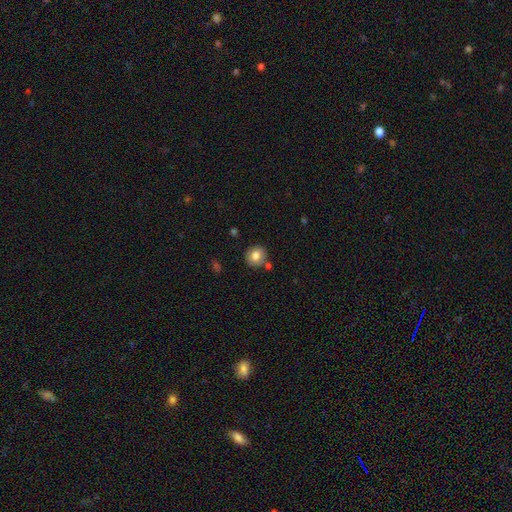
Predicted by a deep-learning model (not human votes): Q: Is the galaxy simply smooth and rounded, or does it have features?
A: smooth — 77%.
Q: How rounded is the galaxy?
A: round — 83%.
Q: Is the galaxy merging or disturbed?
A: none — 80%.